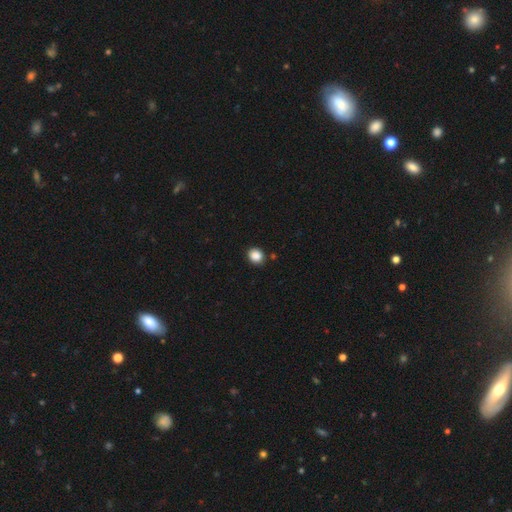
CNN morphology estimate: smooth 87%, star or artifact 10%, featured or disk 3%. Down the decision tree: how rounded — round (78%); merging — none (90%).